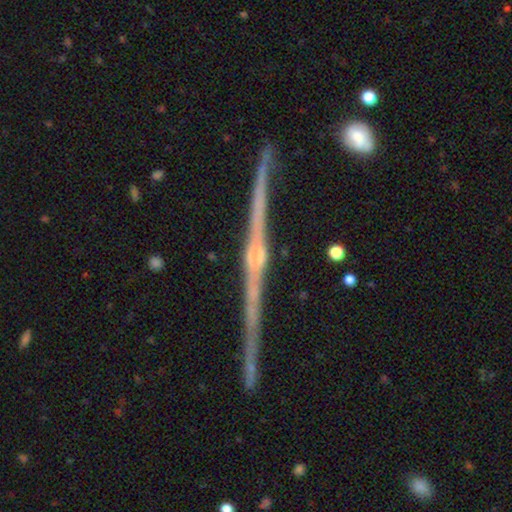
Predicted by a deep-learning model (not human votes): The model was most divided on "edge-on bulge": rounded: 78%, none: 14%, boxy: 8%. More confident: edge-on disk — yes (98%); merging — none (90%); smooth or featured — featured or disk (89%).